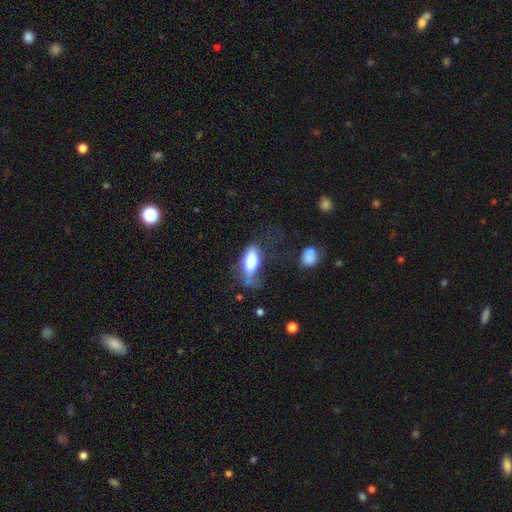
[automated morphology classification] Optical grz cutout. It shows a smooth galaxy with no disk features (53%) that is in between round and cigar-shaped (78%). Merging: none (36%).